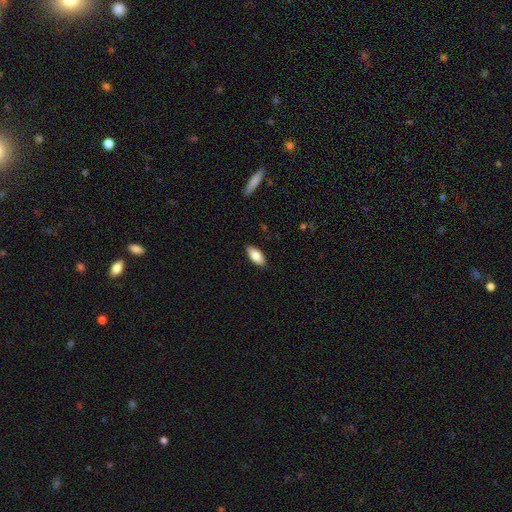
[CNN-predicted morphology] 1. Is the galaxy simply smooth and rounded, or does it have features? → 82% smooth, 12% featured or disk, 6% star or artifact.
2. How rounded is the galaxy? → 87% in between, 11% cigar-shaped, 2% round.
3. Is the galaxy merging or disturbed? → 88% none, 9% minor disturbance, 2% major disturbance, 1% merger.